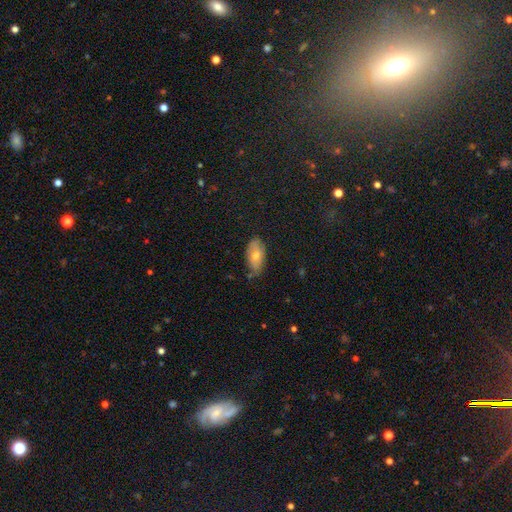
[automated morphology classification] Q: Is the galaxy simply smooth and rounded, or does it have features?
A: smooth — 71%.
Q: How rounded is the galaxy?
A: in between — 91%.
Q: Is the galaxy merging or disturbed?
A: none — 70%.